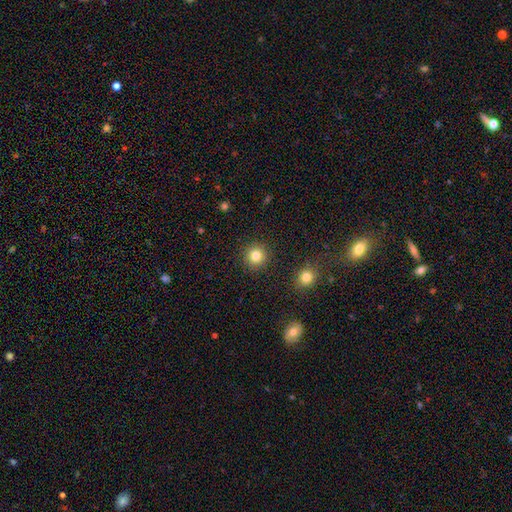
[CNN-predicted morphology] Smooth or featured? smooth (84%)
How rounded? round (94%)
Merging? none (91%)